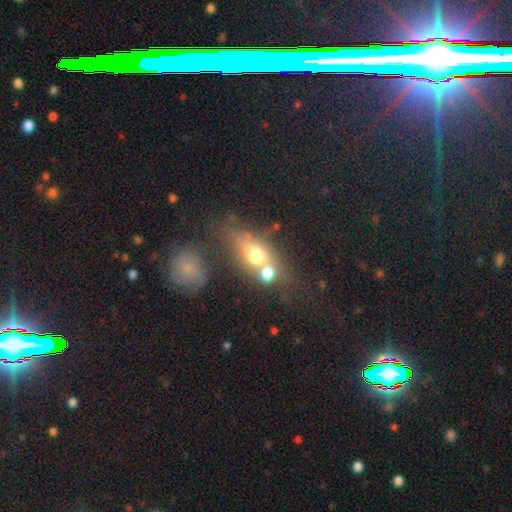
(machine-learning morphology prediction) Q: Smooth or featured?
A: smooth (55%); runner-up: featured or disk (31%)
Q: How rounded?
A: in between (58%); runner-up: round (26%)
Q: Merging?
A: merger (49%); runner-up: none (31%)